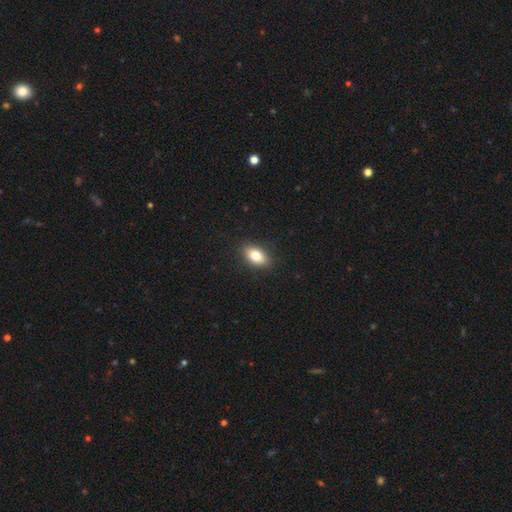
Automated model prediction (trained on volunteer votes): A smooth galaxy with no disk features (81%) that is in between round and cigar-shaped (88%).

Vote fractions:
- Smooth or featured? smooth: 81% / featured or disk: 11% / star or artifact: 8%
- How rounded? in between: 88% / round: 9% / cigar-shaped: 4%
- Merging? none: 89% / minor disturbance: 8% / major disturbance: 2% / merger: 1%